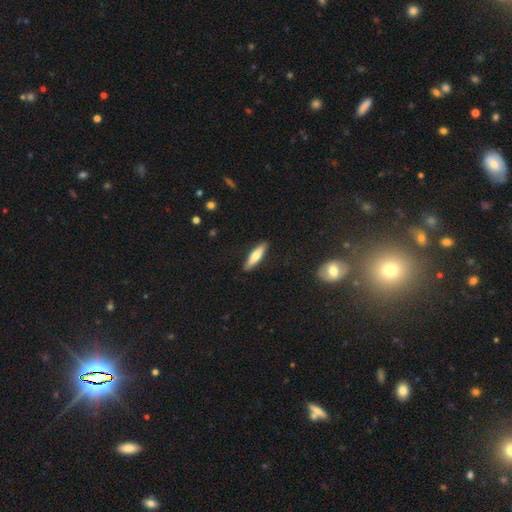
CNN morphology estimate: This appears to be a smooth galaxy with no disk features (62%) that is cigar-shaped (74%). Merging: none (89%).